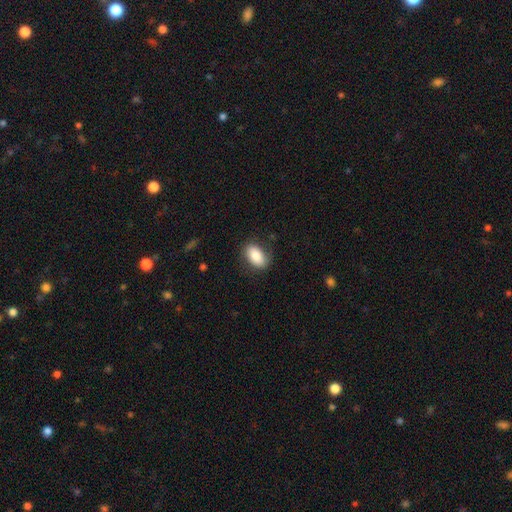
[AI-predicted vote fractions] smooth_or_featured: smooth (p=0.80) [alt: featured or disk p=0.13]
how_rounded: in between (p=0.89) [alt: round p=0.09]
merging: none (p=0.80) [alt: minor disturbance p=0.14]